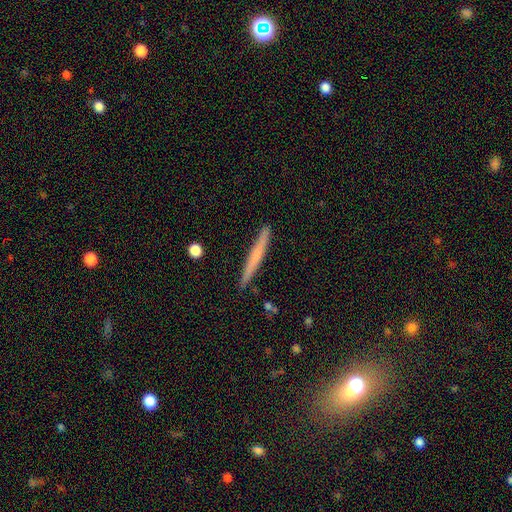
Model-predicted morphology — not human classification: type=smooth (52%); roundness=cigar-shaped (96%); merging=none (90%).